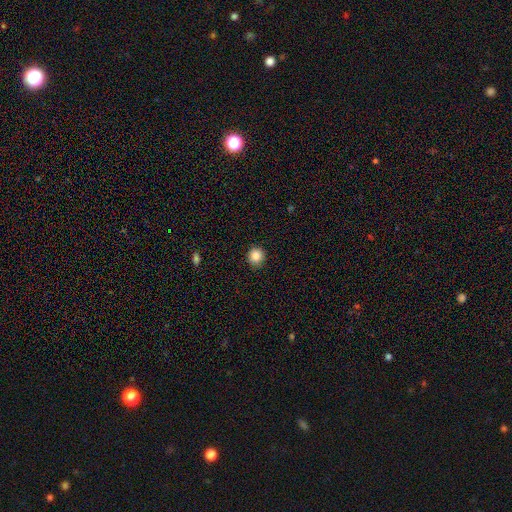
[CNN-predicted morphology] Smooth or featured? Predicted: smooth (p=0.86). How rounded? Predicted: round (p=0.93). Merging? Predicted: none (p=0.91).